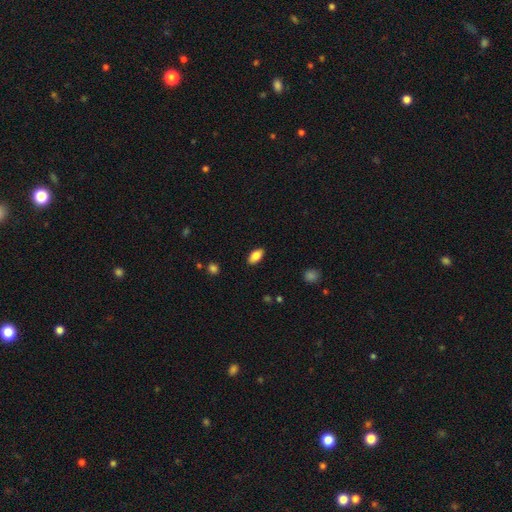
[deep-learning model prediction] smooth_or_featured: smooth (p=0.84) [alt: featured or disk p=0.09]
how_rounded: in between (p=0.91) [alt: cigar-shaped p=0.06]
merging: none (p=0.88) [alt: minor disturbance p=0.09]